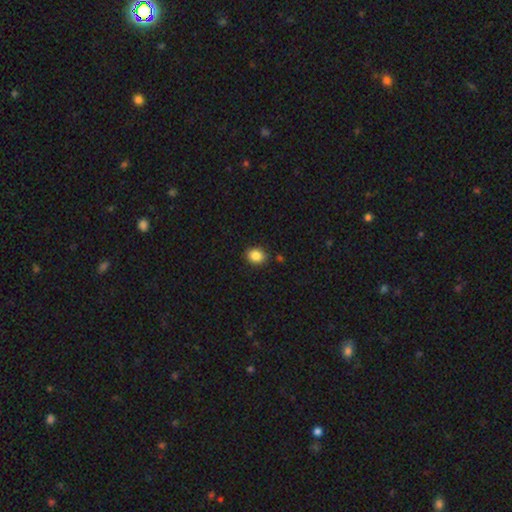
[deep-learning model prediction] Smooth or featured? smooth (86%)
How rounded? round (60%)
Merging? none (87%)